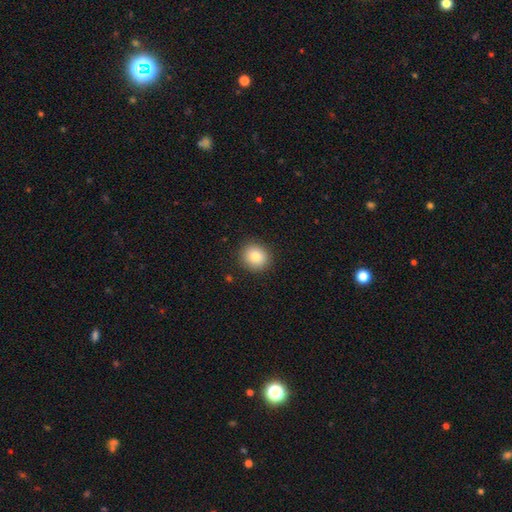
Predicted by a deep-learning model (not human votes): Smooth or featured: smooth — 85% (star or artifact — 9%)
How rounded: round — 83% (in between — 16%)
Merging: none — 90% (minor disturbance — 7%)